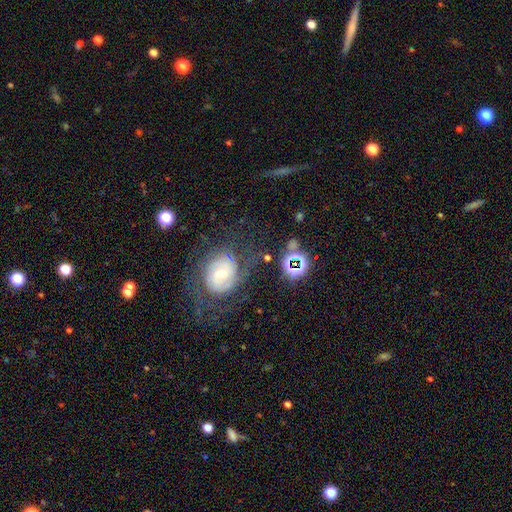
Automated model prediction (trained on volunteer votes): Q: Smooth or featured?
A: featured or disk (51%); runner-up: smooth (25%)
Q: Edge-on disk?
A: no (94%); runner-up: yes (6%)
Q: Merging?
A: none (68%); runner-up: minor disturbance (15%)